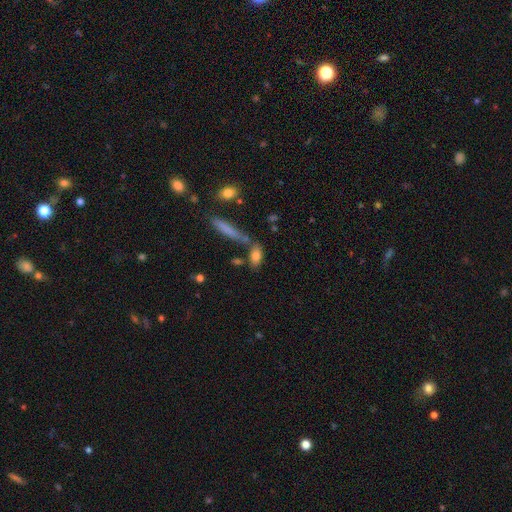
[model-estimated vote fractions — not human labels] Smooth or featured?
  - smooth: 76% *
  - featured or disk: 16%
  - star or artifact: 9%
How rounded?
  - in between: 71% *
  - cigar-shaped: 24%
  - round: 5%
Merging?
  - none: 61% *
  - merger: 19%
  - minor disturbance: 15%
  - major disturbance: 5%